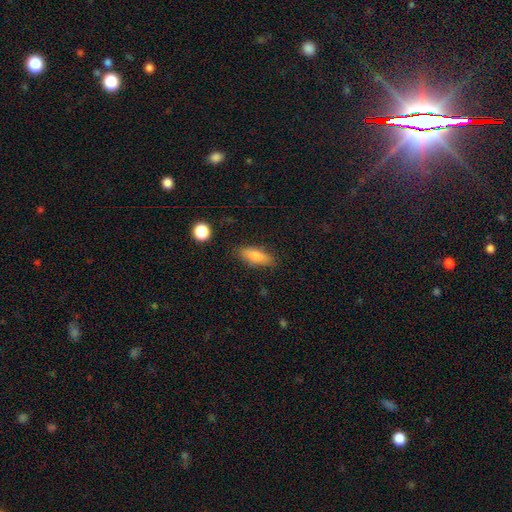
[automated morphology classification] Smooth or featured: smooth — 78% (featured or disk — 14%)
How rounded: in between — 67% (cigar-shaped — 30%)
Merging: none — 81% (minor disturbance — 13%)